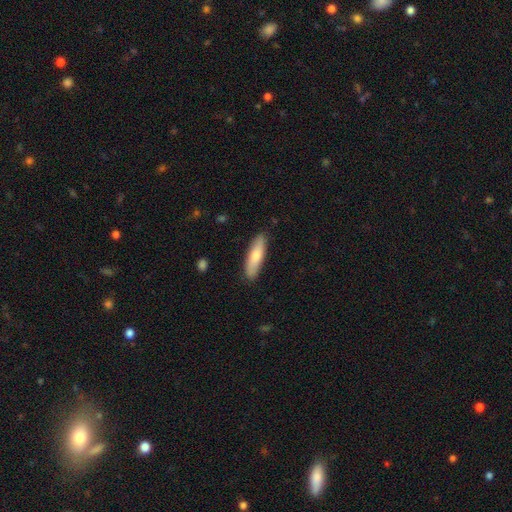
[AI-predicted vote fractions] Morphology: type=smooth (72%); roundness=cigar-shaped (61%); merging=none (87%).